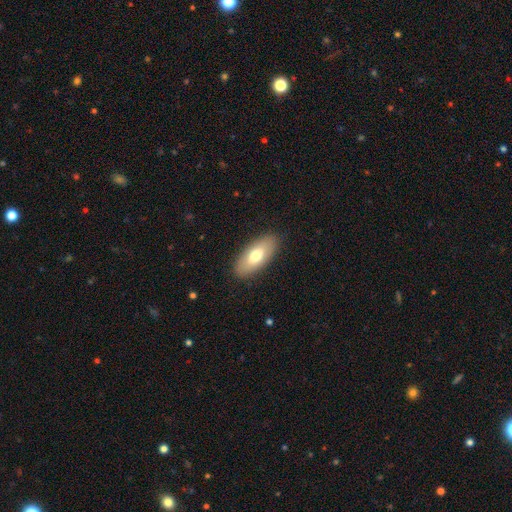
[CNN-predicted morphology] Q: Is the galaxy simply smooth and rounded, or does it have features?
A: smooth — 71%.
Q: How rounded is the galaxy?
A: in between — 85%.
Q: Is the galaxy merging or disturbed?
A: none — 88%.